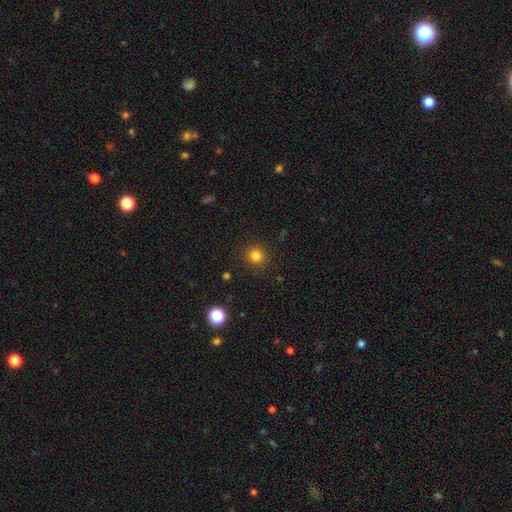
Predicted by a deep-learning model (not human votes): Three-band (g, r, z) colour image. It shows a smooth galaxy with no disk features (82%) that is round (89%). Merging: none (90%).